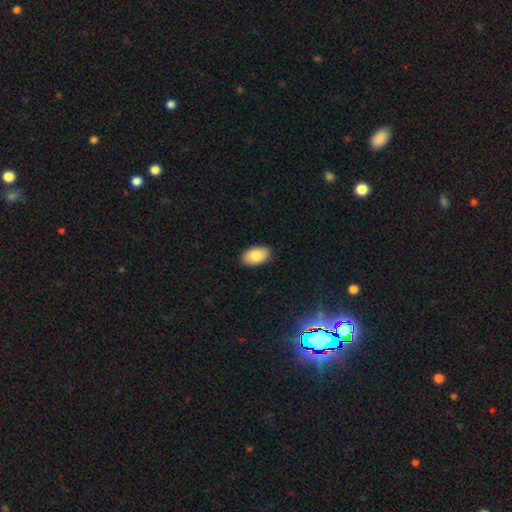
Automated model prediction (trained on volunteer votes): This is clearly a smooth galaxy (86%). How rounded: clearly in between (94%). Merging: clearly none (90%).